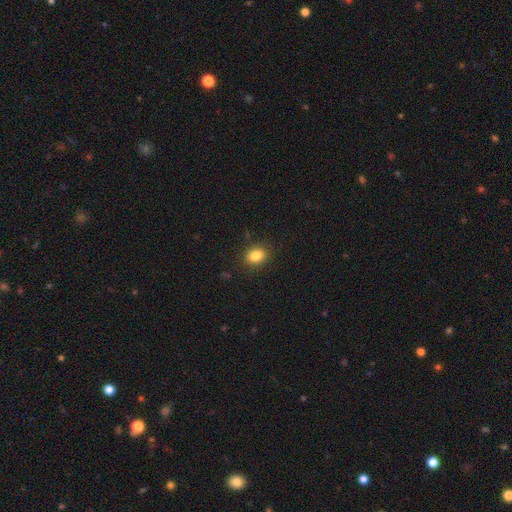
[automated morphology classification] Q: Smooth or featured?
A: smooth (84%); runner-up: star or artifact (10%)
Q: How rounded?
A: in between (54%); runner-up: round (45%)
Q: Merging?
A: none (88%); runner-up: minor disturbance (8%)